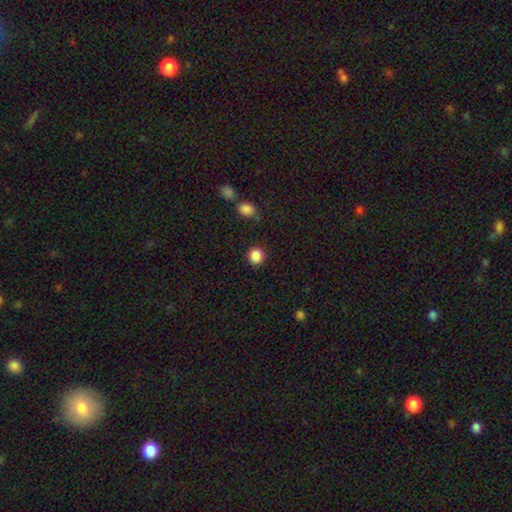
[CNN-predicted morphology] Smooth or featured?
  - smooth: 87% *
  - star or artifact: 10%
  - featured or disk: 3%
How rounded?
  - round: 90% *
  - in between: 9%
  - cigar-shaped: 1%
Merging?
  - none: 89% *
  - minor disturbance: 7%
  - major disturbance: 2%
  - merger: 2%